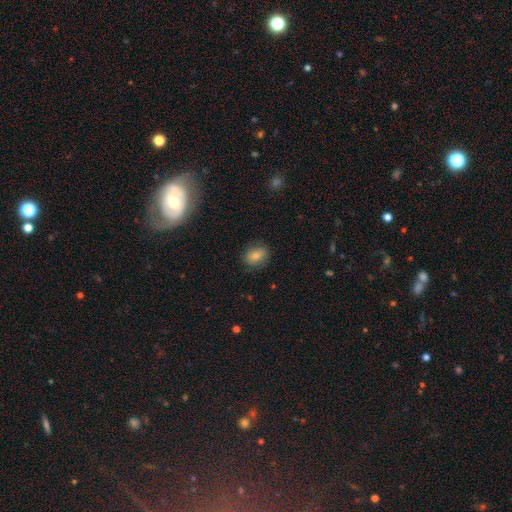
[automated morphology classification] smooth_or_featured: smooth (p=0.73) [alt: featured or disk p=0.17]
how_rounded: in between (p=0.58) [alt: round p=0.41]
merging: none (p=0.79) [alt: minor disturbance p=0.15]